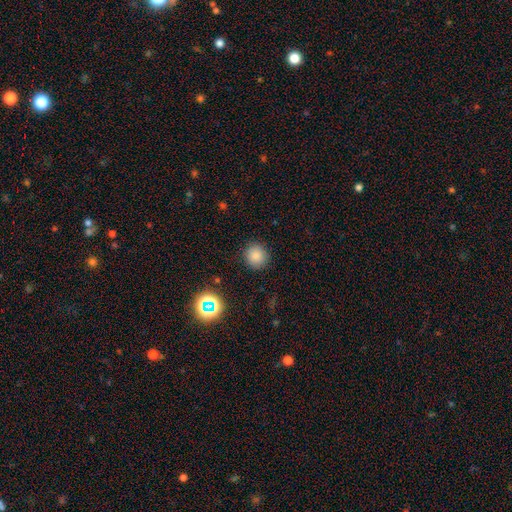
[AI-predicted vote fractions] smooth-or-featured: smooth: 82% | star or artifact: 13% | featured or disk: 5%
  how-rounded: round: 92% | in between: 7% | cigar-shaped: 1%
  merging: none: 89% | minor disturbance: 7% | major disturbance: 2% | merger: 1%